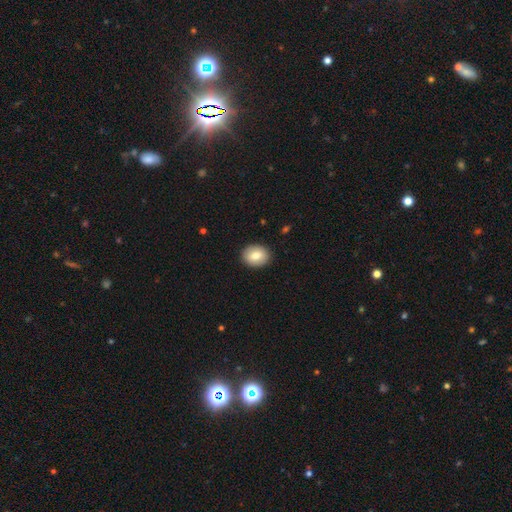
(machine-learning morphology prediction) This appears to be a smooth galaxy with no disk features (80%) that is in between round and cigar-shaped (50%). Merging: none (91%).